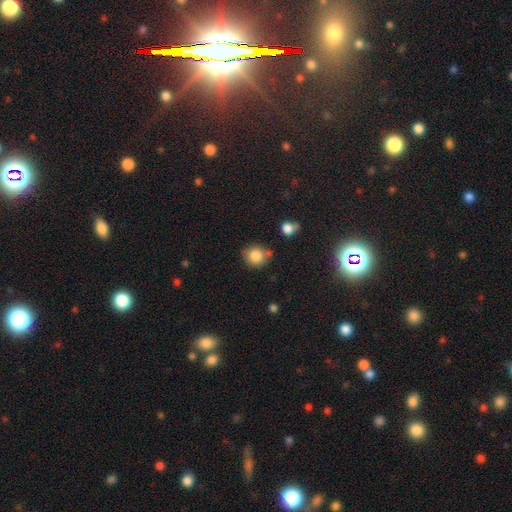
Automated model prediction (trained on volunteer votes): Morphology: type=smooth (83%); roundness=round (83%); merging=none (71%).